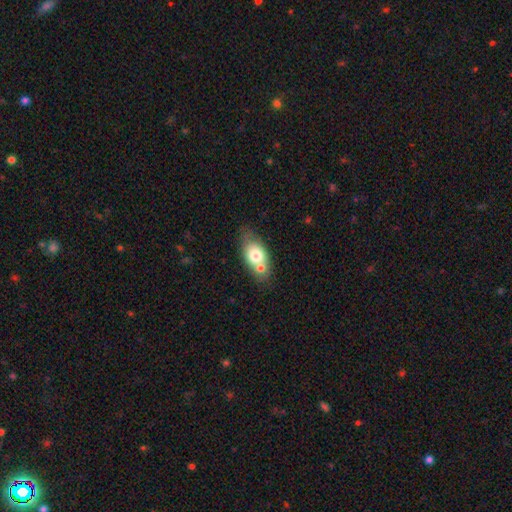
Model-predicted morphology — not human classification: Overall: smooth (68%). How rounded: in between (84%). Merging: none (46%; merger 34%).